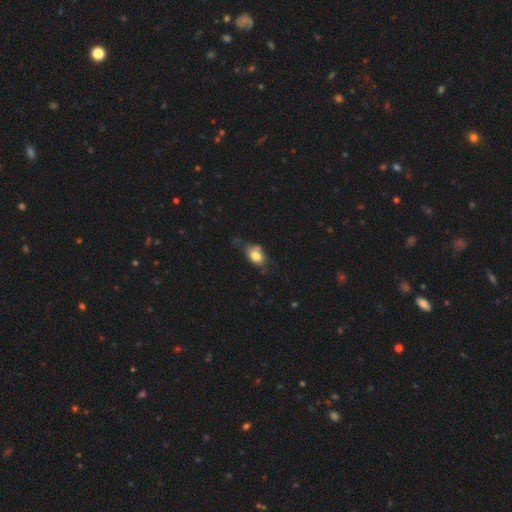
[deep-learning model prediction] Smooth or featured?
  - smooth: 76% *
  - featured or disk: 16%
  - star or artifact: 8%
How rounded?
  - in between: 73% *
  - round: 25%
  - cigar-shaped: 2%
Merging?
  - none: 40% *
  - minor disturbance: 37%
  - major disturbance: 17%
  - merger: 6%